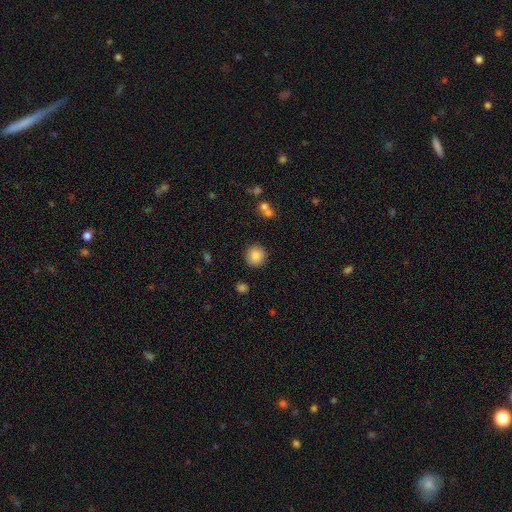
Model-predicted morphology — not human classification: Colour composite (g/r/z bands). It shows a smooth galaxy with no disk features (85%) that is round (92%). Merging: none (90%).